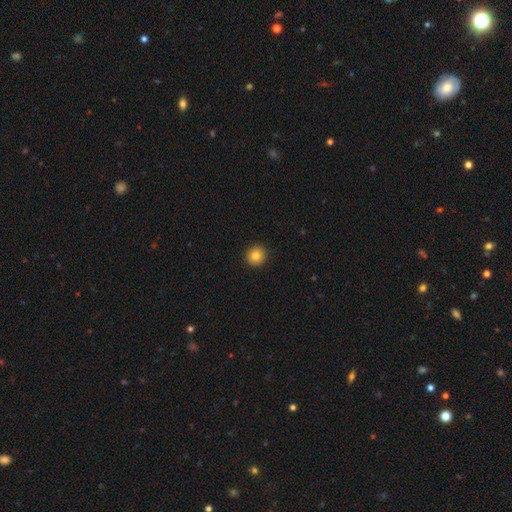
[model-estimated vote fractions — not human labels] Overall: smooth (83%). How rounded: round (91%). Merging: none (93%).